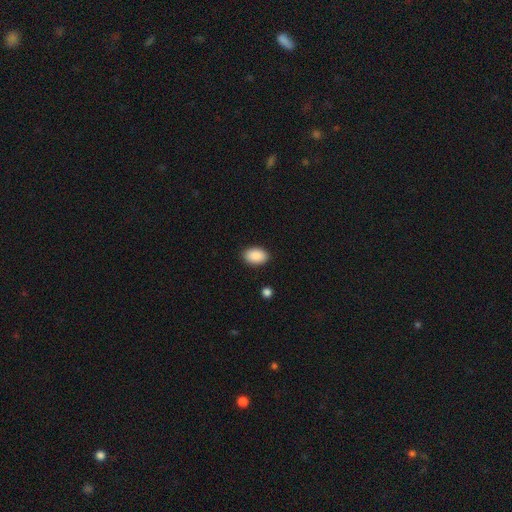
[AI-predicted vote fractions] The model was most divided on "merging": none: 89%, minor disturbance: 8%, major disturbance: 2%, merger: 1%. More confident: how rounded — in between (91%); smooth or featured — smooth (90%).